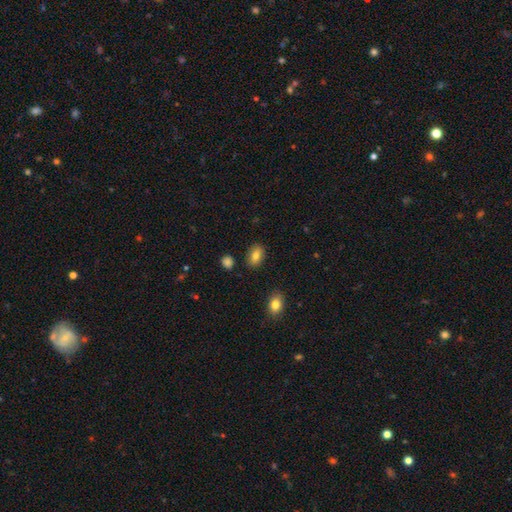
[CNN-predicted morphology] smooth-or-featured: smooth: 82% | featured or disk: 10% | star or artifact: 9%
  how-rounded: in between: 82% | round: 16% | cigar-shaped: 2%
  merging: none: 86% | minor disturbance: 9% | merger: 2% | major disturbance: 2%